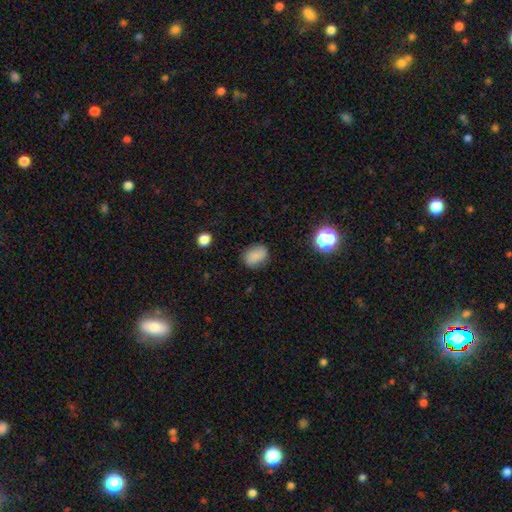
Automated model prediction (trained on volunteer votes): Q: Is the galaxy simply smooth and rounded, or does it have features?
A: smooth — 84%.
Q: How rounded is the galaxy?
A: in between — 70%.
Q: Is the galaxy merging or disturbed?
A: none — 81%.